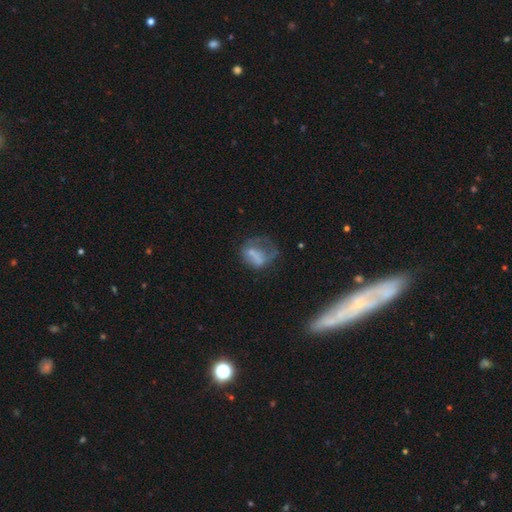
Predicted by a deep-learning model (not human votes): smooth-or-featured: smooth: 49% | featured or disk: 38% | star or artifact: 13%
  merging: major disturbance: 43% | none: 27% | minor disturbance: 22% | merger: 9%